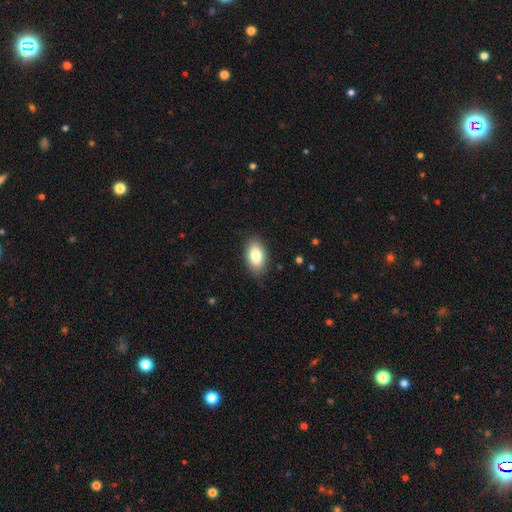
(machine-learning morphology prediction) Smooth or featured? smooth (83%)
How rounded? in between (91%)
Merging? none (83%)